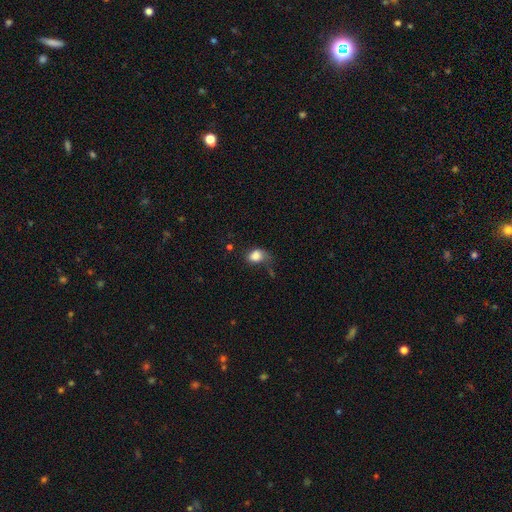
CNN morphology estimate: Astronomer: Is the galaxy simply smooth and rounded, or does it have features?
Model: smooth — 81%.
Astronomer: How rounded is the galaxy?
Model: in between — 65%.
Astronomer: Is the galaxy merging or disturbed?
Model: none — 35% (runner-up: minor disturbance, 33%).